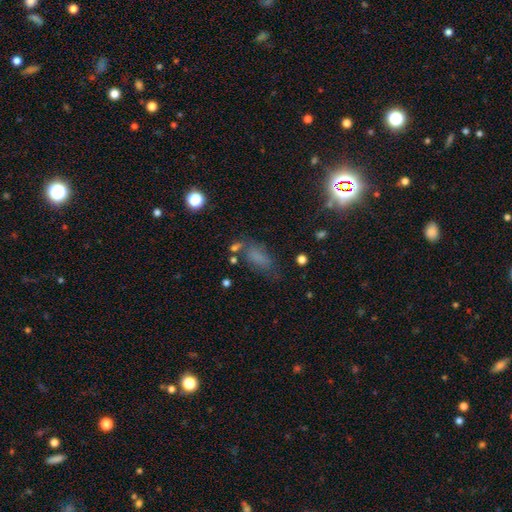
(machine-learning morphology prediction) Smooth or featured?
  - smooth: 65% *
  - star or artifact: 19%
  - featured or disk: 15%
How rounded?
  - in between: 81% *
  - cigar-shaped: 12%
  - round: 7%
Merging?
  - none: 51% *
  - minor disturbance: 24%
  - major disturbance: 16%
  - merger: 9%